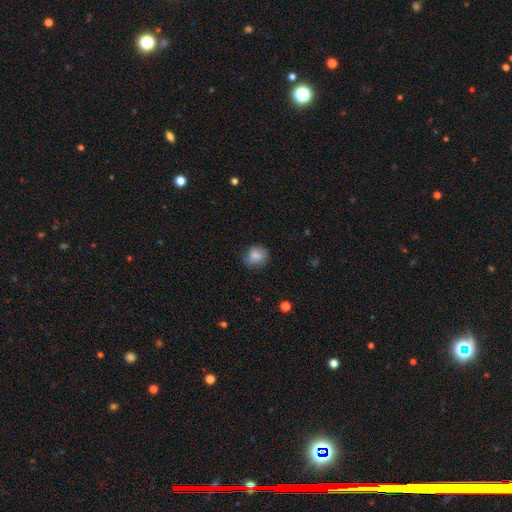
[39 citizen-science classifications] Volunteers were most divided on "how rounded": round: 71%, in between: 29%, cigar-shaped: 0%. More confident: smooth or featured — smooth (79%); merging — none (75%).